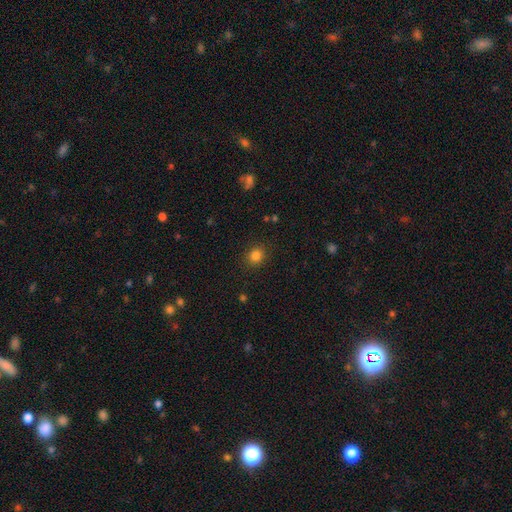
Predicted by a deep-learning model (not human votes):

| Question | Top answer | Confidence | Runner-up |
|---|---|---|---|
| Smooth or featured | smooth | 83% | star or artifact (13%) |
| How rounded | round | 80% | in between (19%) |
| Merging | none | 89% | minor disturbance (7%) |